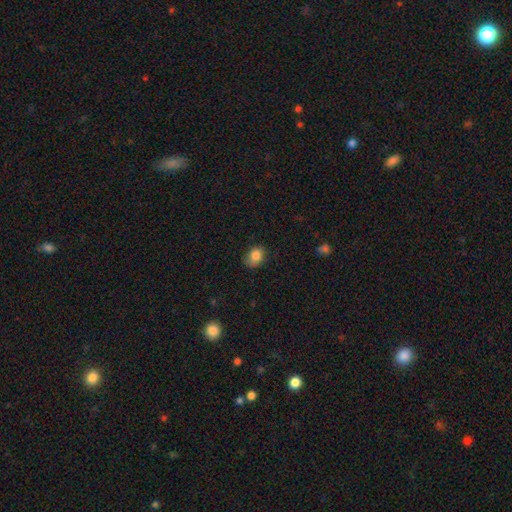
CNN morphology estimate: smooth 84%, star or artifact 9%, featured or disk 7%. Down the decision tree: how rounded — in between (62%); merging — none (69%).